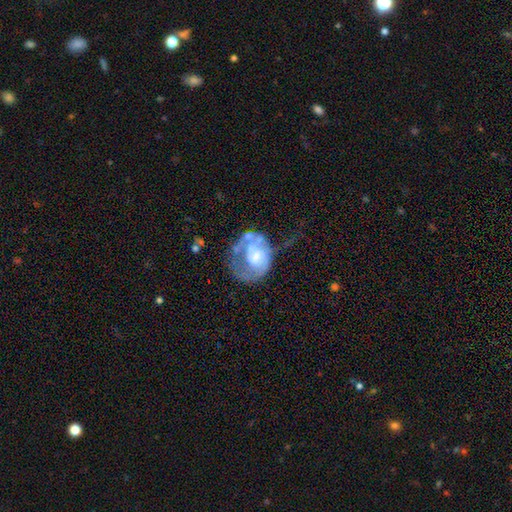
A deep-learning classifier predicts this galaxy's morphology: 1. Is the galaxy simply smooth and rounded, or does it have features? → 68% featured or disk, 25% smooth, 8% star or artifact.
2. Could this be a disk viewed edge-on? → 98% no, 2% yes.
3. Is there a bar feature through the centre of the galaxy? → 70% no, 25% weak, 5% strong.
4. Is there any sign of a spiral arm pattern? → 57% yes, 43% no.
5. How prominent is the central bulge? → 35% moderate, 28% small, 22% none, 13% large, 2% dominant.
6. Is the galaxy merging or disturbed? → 40% major disturbance, 29% none, 21% minor disturbance, 10% merger.